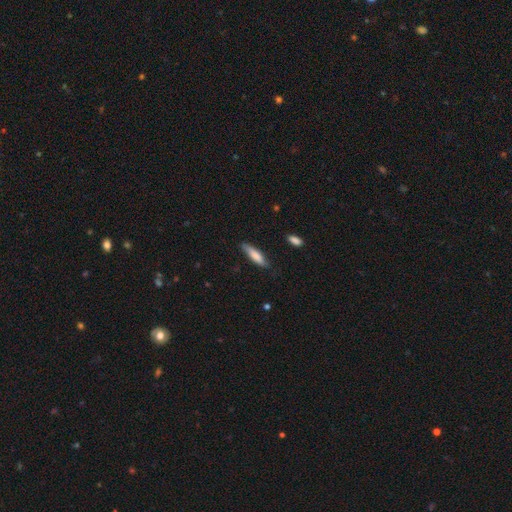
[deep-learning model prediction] Smooth or featured?
  - smooth: 76% *
  - featured or disk: 18%
  - star or artifact: 6%
How rounded?
  - cigar-shaped: 73% *
  - in between: 26%
  - round: 1%
Merging?
  - none: 76% *
  - minor disturbance: 19%
  - major disturbance: 3%
  - merger: 2%